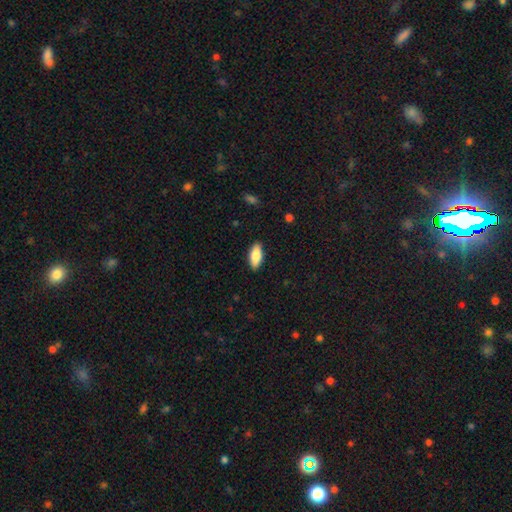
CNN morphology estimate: Smooth or featured: smooth — 81% (featured or disk — 13%)
How rounded: in between — 83% (cigar-shaped — 15%)
Merging: none — 89% (minor disturbance — 9%)